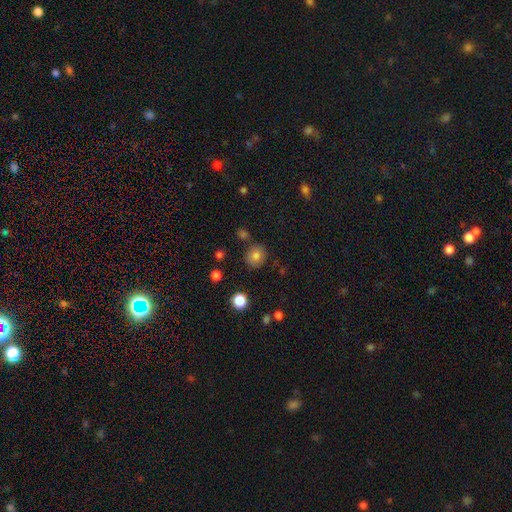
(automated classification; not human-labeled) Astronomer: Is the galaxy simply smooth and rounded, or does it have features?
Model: smooth — 80%.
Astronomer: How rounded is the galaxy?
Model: round — 81%.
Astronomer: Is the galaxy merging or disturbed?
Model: none — 81%.